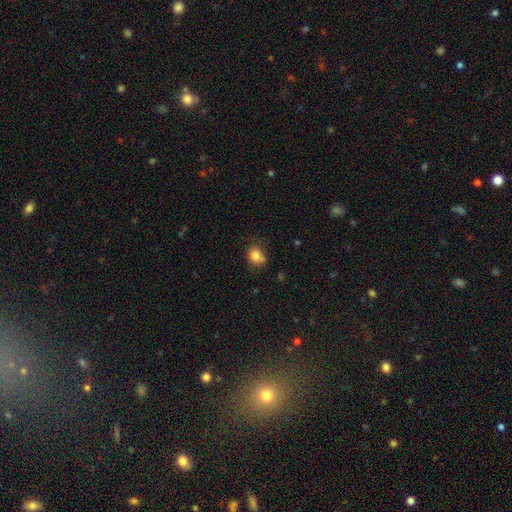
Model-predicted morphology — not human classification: Overall: smooth (82%). How rounded: round (60%; in between 39%). Merging: none (58%; minor disturbance 26%).